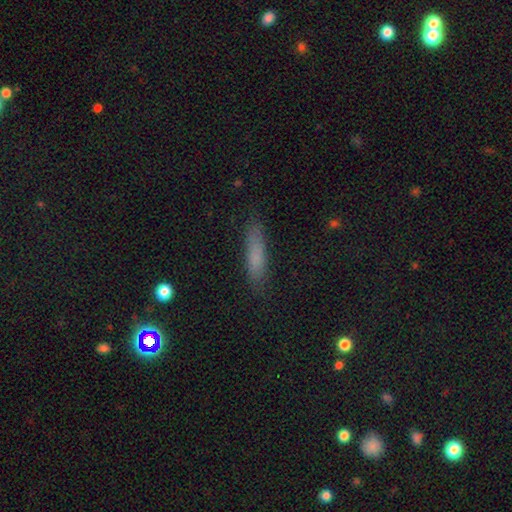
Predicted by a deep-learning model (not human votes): This is likely a smooth galaxy (76%). How rounded: likely cigar-shaped (79%). Merging: clearly none (82%).